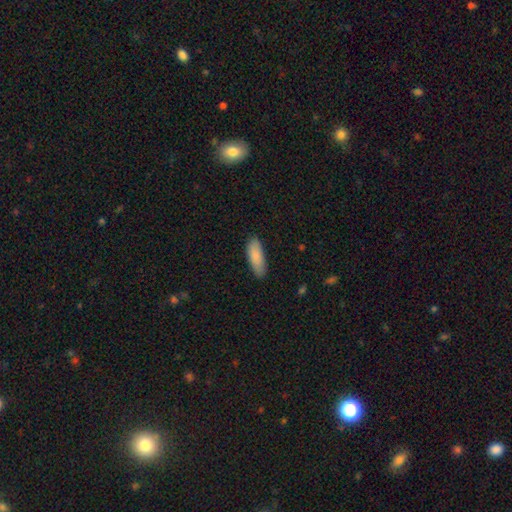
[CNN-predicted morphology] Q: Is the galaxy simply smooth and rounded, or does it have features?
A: smooth — 87%.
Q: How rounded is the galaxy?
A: in between — 66%.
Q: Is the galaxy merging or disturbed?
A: none — 81%.